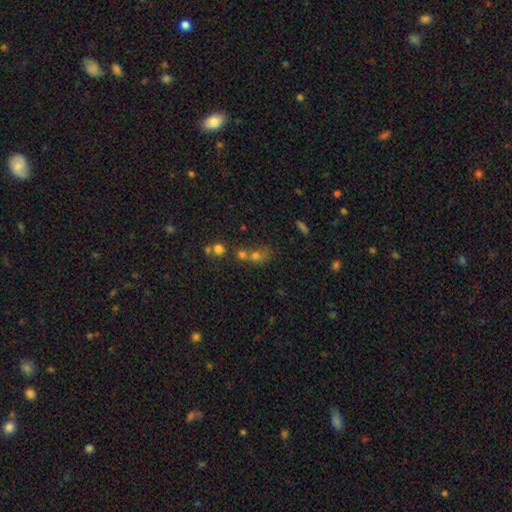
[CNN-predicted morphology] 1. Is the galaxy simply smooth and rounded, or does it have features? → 57% smooth, 28% star or artifact, 15% featured or disk.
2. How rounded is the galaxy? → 69% round, 29% in between, 2% cigar-shaped.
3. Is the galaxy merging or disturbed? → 48% merger, 38% none, 9% minor disturbance, 6% major disturbance.